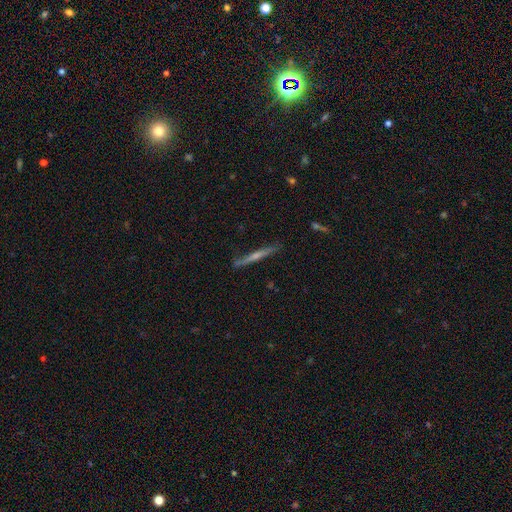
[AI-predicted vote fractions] This appears to be a featured or disk galaxy (67%) viewed edge-on (97%) with a rounded central bulge (60%). Merging: none (86%).